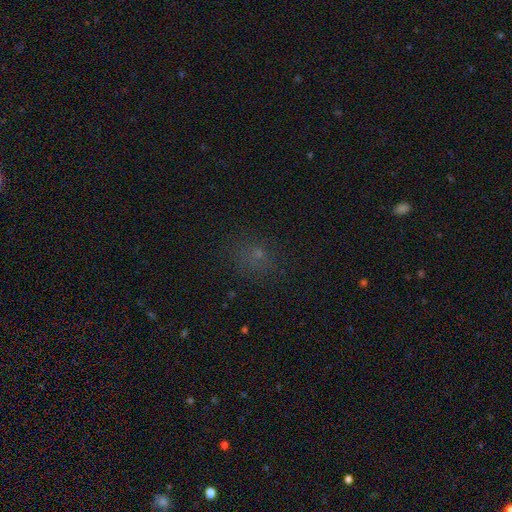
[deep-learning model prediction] Morphology: type=smooth (55%); roundness=round (72%); merging=none (77%).